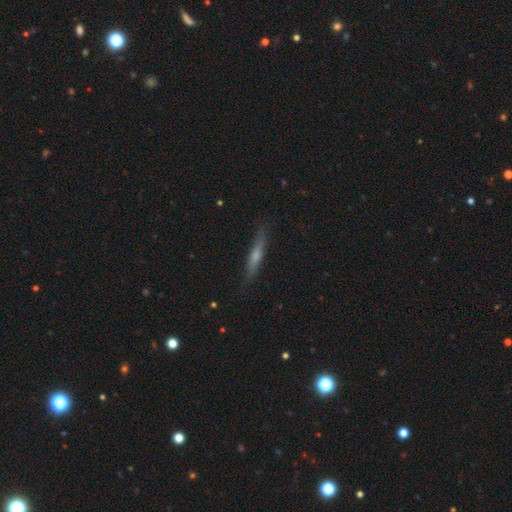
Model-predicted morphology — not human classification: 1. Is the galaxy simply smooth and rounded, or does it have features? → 49% featured or disk, 44% smooth, 7% star or artifact.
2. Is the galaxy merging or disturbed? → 85% none, 12% minor disturbance, 2% major disturbance, 1% merger.